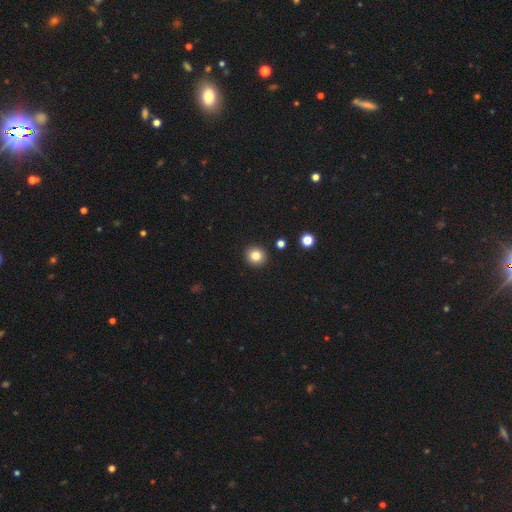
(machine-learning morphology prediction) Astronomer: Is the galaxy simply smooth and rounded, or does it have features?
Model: smooth — 83%.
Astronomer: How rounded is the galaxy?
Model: round — 91%.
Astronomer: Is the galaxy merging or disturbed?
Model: none — 92%.